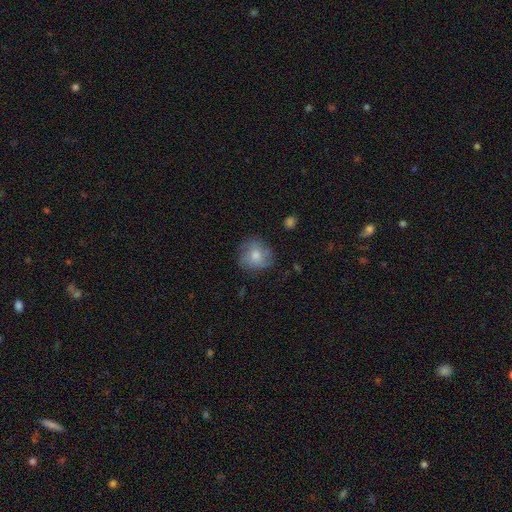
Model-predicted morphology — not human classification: Smooth or featured? Predicted: smooth (p=0.66). How rounded? Predicted: round (p=0.83). Merging? Predicted: none (p=0.72).